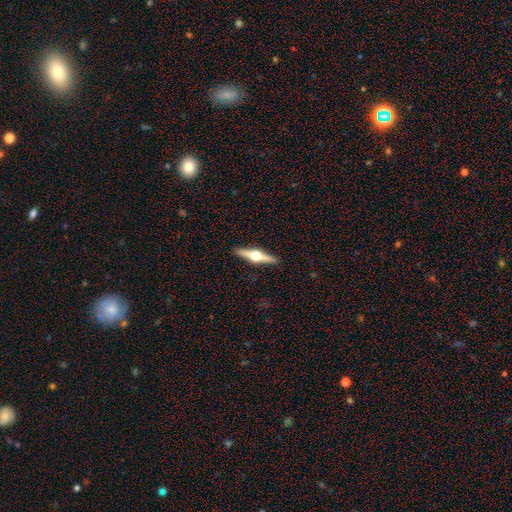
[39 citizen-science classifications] Q: Smooth or featured?
A: featured or disk (82%); runner-up: smooth (13%)
Q: Edge-on disk?
A: yes (94%); runner-up: no (6%)
Q: Edge-on bulge?
A: rounded (97%); runner-up: boxy (3%)
Q: Merging?
A: none (92%); runner-up: merger (5%)